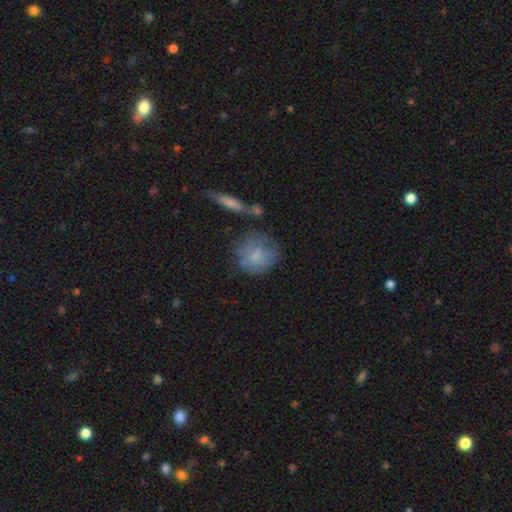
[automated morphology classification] Smooth or featured? smooth (66%)
How rounded? round (77%)
Merging? none (55%)